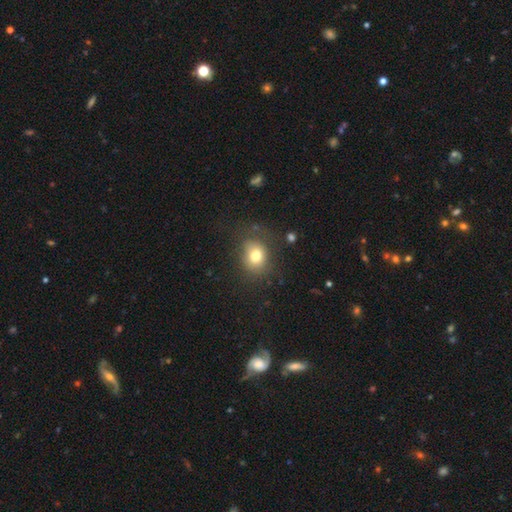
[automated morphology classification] Smooth or featured? Predicted: smooth (p=0.76). How rounded? Predicted: round (p=0.62). Merging? Predicted: none (p=0.74).